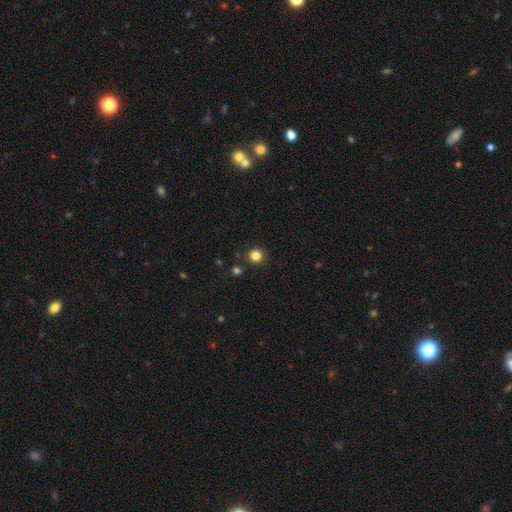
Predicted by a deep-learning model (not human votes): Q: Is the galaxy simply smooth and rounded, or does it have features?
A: smooth — 83%.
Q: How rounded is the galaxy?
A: round — 93%.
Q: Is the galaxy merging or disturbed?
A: none — 89%.